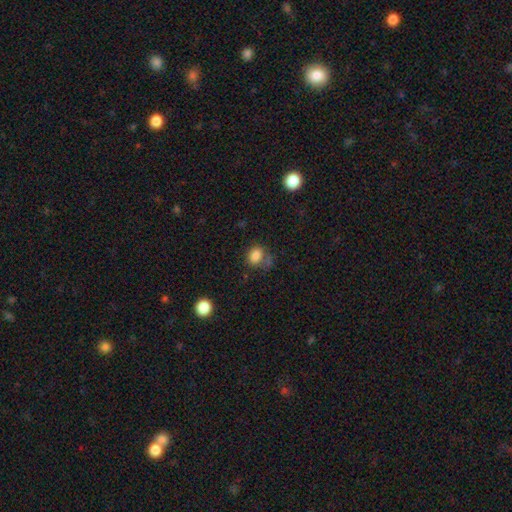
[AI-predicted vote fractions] This is clearly a smooth galaxy (81%). How rounded: possibly in between (55%). Merging: possibly none (50%).